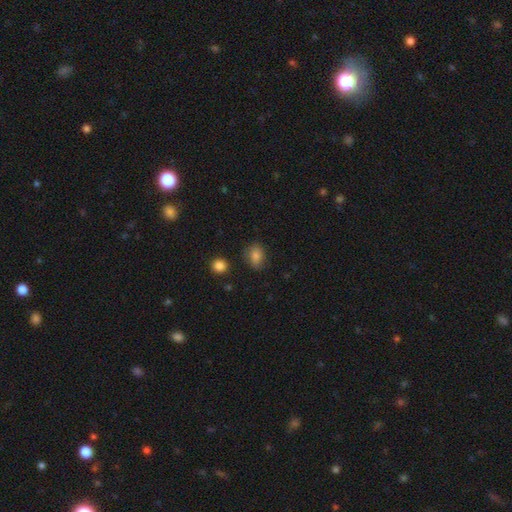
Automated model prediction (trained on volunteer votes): Smooth or featured: smooth — 82% (star or artifact — 10%)
How rounded: in between — 66% (round — 32%)
Merging: none — 72% (minor disturbance — 21%)